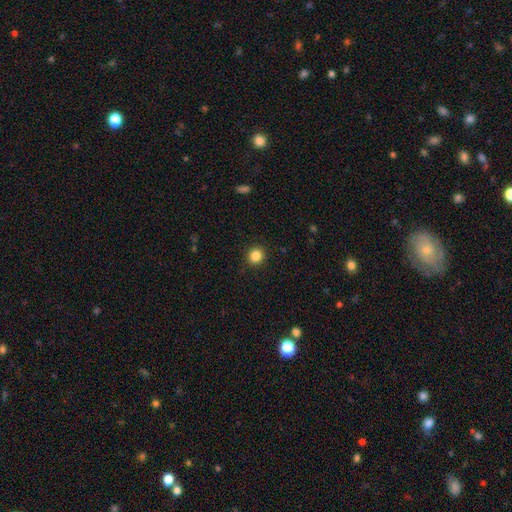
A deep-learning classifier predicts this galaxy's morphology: Q: Smooth or featured?
A: smooth (85%); runner-up: star or artifact (11%)
Q: How rounded?
A: round (90%); runner-up: in between (9%)
Q: Merging?
A: none (92%); runner-up: minor disturbance (5%)